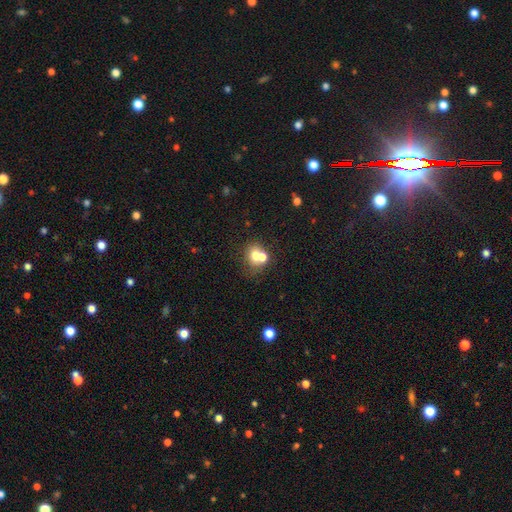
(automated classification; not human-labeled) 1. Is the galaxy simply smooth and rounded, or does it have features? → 67% smooth, 19% featured or disk, 14% star or artifact.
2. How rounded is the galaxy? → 63% round, 36% in between, 1% cigar-shaped.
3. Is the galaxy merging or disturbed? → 47% merger, 38% none, 10% minor disturbance, 5% major disturbance.